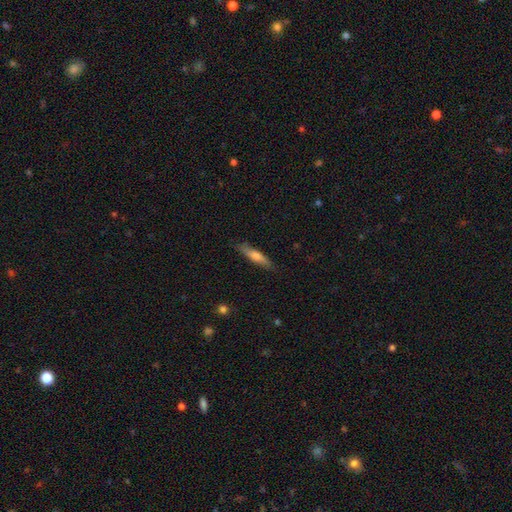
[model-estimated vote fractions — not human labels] smooth_or_featured: smooth (p=0.52) [alt: featured or disk p=0.41]
how_rounded: cigar-shaped (p=0.86) [alt: in between p=0.12]
merging: none (p=0.85) [alt: minor disturbance p=0.12]